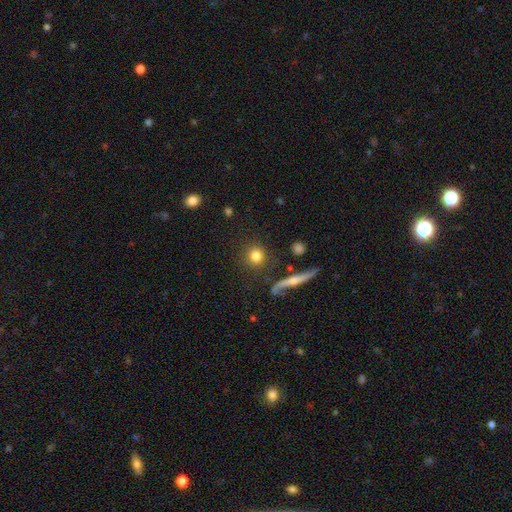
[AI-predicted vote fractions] This is likely a smooth galaxy (80%). How rounded: clearly round (90%). Merging: clearly none (84%).